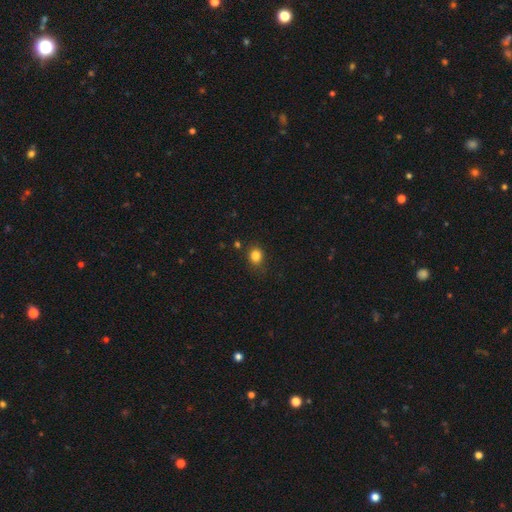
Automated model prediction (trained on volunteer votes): Smooth or featured? smooth (83%)
How rounded? round (62%)
Merging? none (80%)